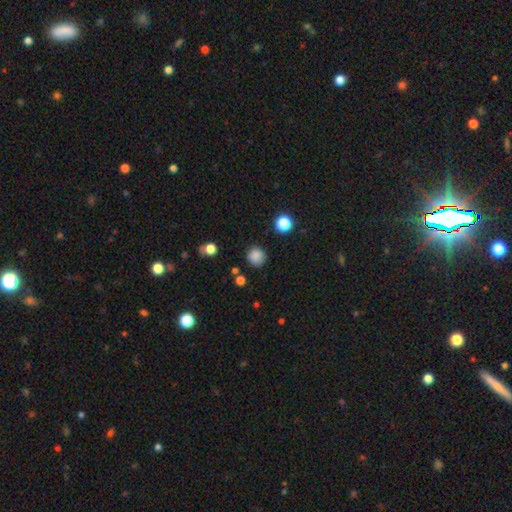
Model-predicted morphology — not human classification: The model was most divided on "smooth or featured": smooth: 84%, star or artifact: 13%, featured or disk: 4%. More confident: how rounded — round (92%); merging — none (84%).